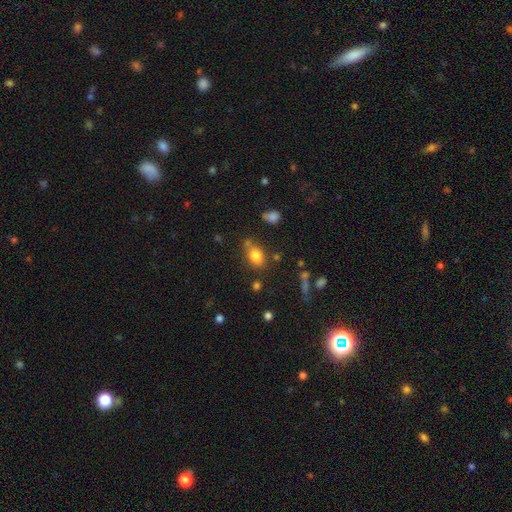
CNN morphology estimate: smooth-or-featured: smooth: 81% | star or artifact: 10% | featured or disk: 8%
  how-rounded: in between: 76% | round: 22% | cigar-shaped: 2%
  merging: none: 66% | minor disturbance: 17% | merger: 11% | major disturbance: 5%